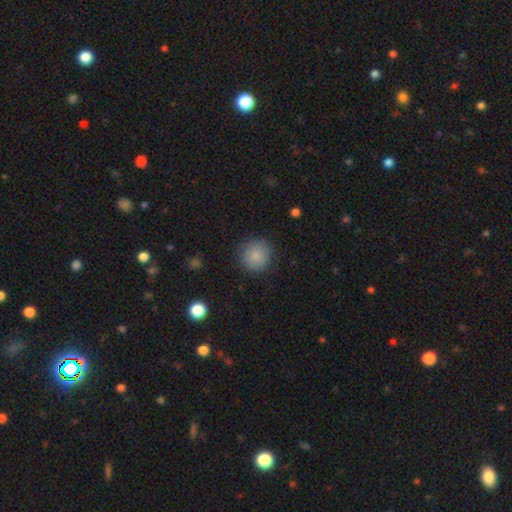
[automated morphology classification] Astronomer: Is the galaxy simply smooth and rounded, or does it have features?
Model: smooth — 86%.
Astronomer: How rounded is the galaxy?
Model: round — 91%.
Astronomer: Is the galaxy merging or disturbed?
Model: none — 86%.